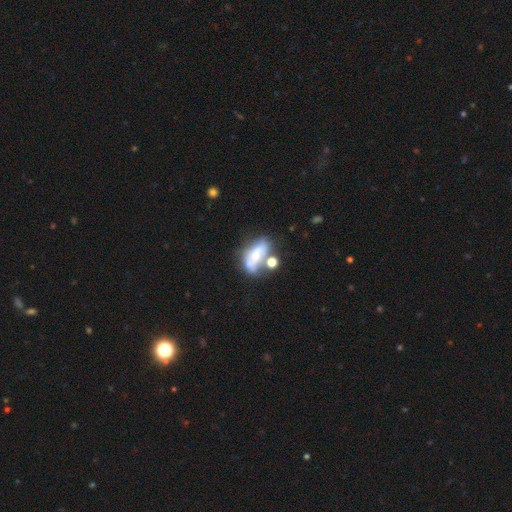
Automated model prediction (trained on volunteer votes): The model was most divided on "merging": merger: 34%, none: 29%, minor disturbance: 19%, major disturbance: 18%. Remaining: smooth or featured — smooth (48%).